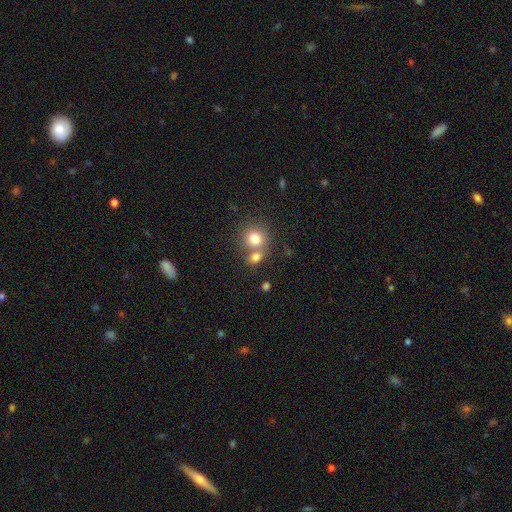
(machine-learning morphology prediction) smooth 73%, star or artifact 15%, featured or disk 12%. Down the decision tree: how rounded — round (84%); merging — none (50%).